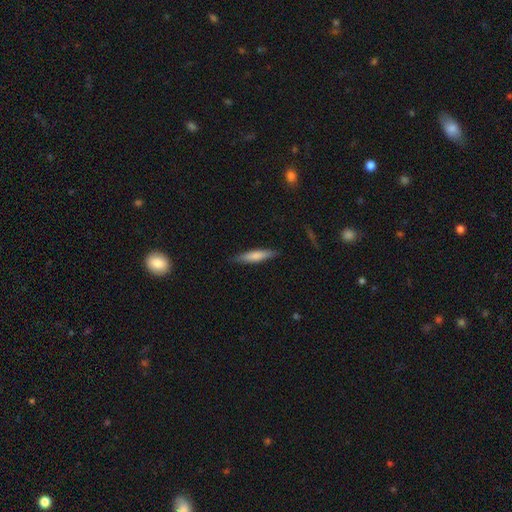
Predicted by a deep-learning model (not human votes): Smooth or featured: smooth — 73% (featured or disk — 21%)
How rounded: cigar-shaped — 83% (in between — 15%)
Merging: none — 87% (minor disturbance — 10%)